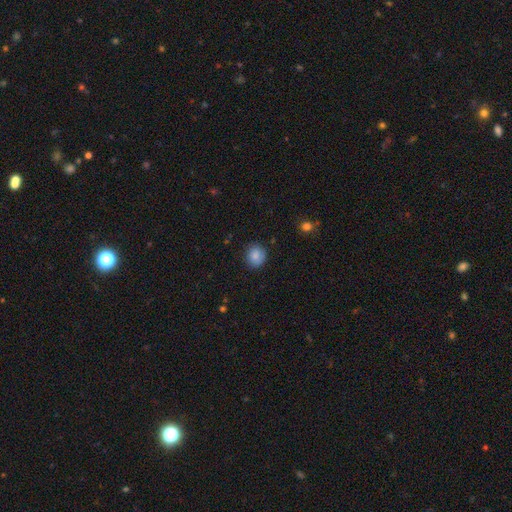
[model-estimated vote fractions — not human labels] This is clearly a smooth galaxy (82%). How rounded: likely round (77%). Merging: clearly none (81%).